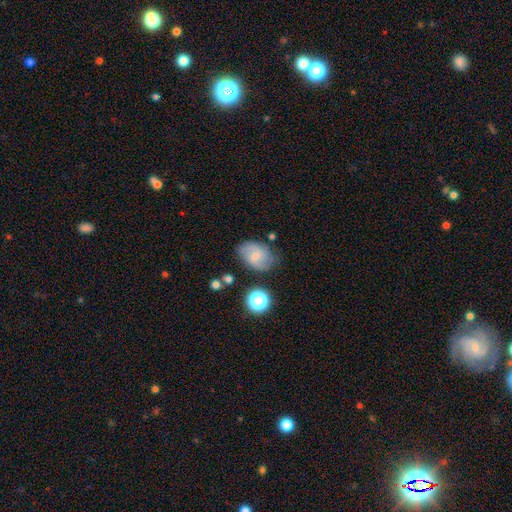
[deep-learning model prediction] A featured or disk galaxy (45%, tied with smooth).

Vote fractions:
- Smooth or featured? featured or disk: 45% (tied) / smooth: 45% (tied) / star or artifact: 10%
- Merging? none: 71% / minor disturbance: 20% / major disturbance: 6% / merger: 3%